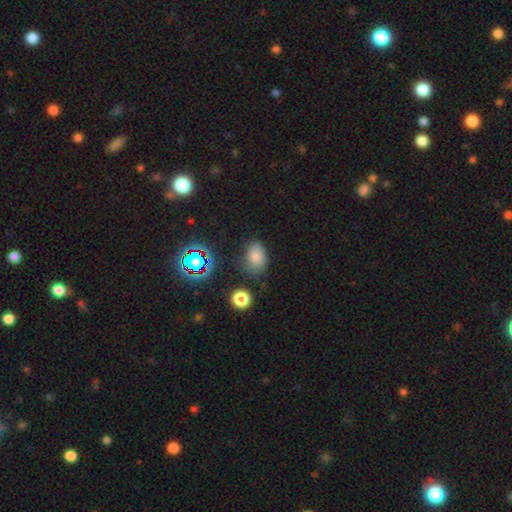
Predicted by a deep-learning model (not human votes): Smooth or featured?
  - smooth: 73% *
  - star or artifact: 18%
  - featured or disk: 9%
How rounded?
  - in between: 79% *
  - round: 20%
  - cigar-shaped: 1%
Merging?
  - none: 64% *
  - minor disturbance: 24%
  - major disturbance: 7%
  - merger: 4%